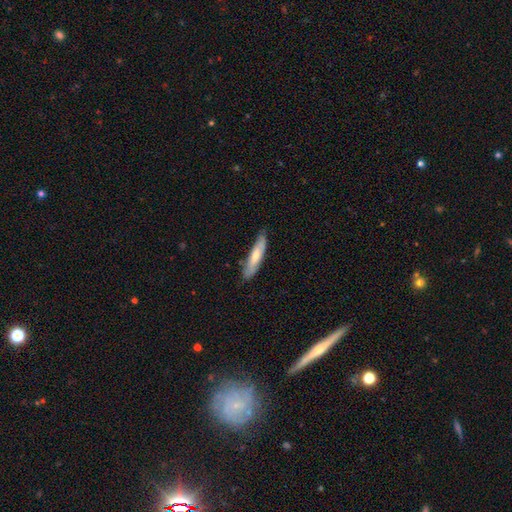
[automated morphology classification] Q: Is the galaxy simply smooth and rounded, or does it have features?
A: smooth — 65%.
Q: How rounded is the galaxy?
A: cigar-shaped — 78%.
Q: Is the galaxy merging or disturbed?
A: none — 77%.